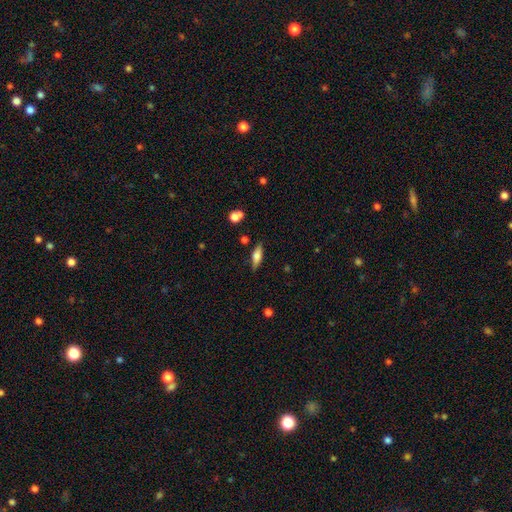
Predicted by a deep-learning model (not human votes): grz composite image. It shows a smooth galaxy with no disk features (49%). Merging: none (83%).